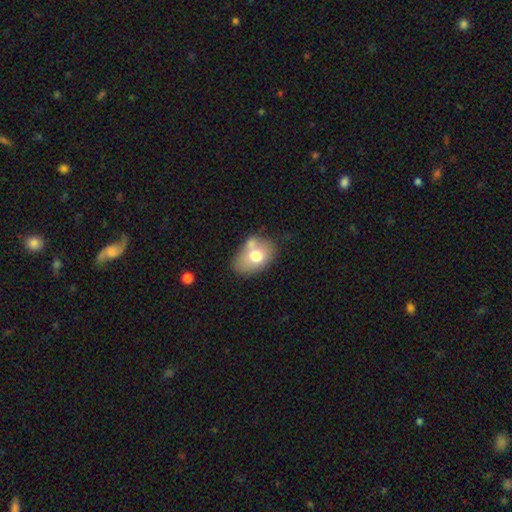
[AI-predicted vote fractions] Overall: smooth (69%). How rounded: in between (82%). Merging: none (47%; merger 24%).